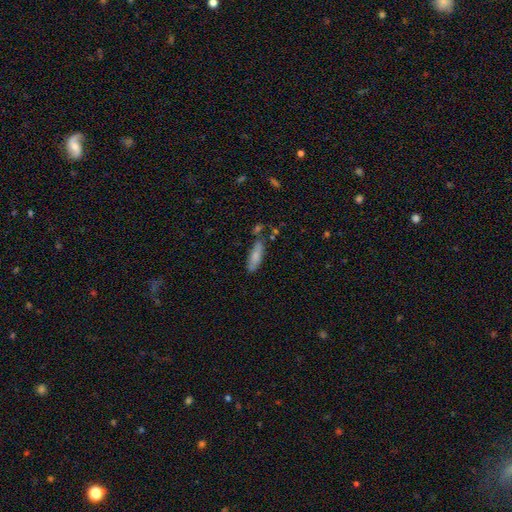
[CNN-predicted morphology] Smooth or featured: smooth — 76% (featured or disk — 17%)
How rounded: cigar-shaped — 54% (in between — 44%)
Merging: none — 65% (minor disturbance — 20%)